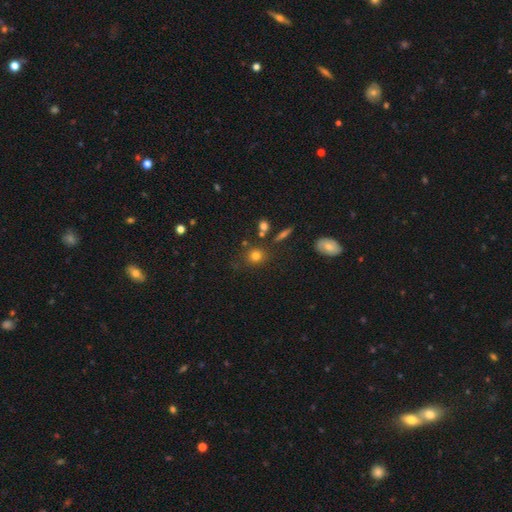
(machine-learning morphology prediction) smooth-or-featured: smooth: 78% | star or artifact: 14% | featured or disk: 8%
  how-rounded: round: 84% | in between: 14% | cigar-shaped: 2%
  merging: none: 77% | minor disturbance: 11% | merger: 7% | major disturbance: 4%